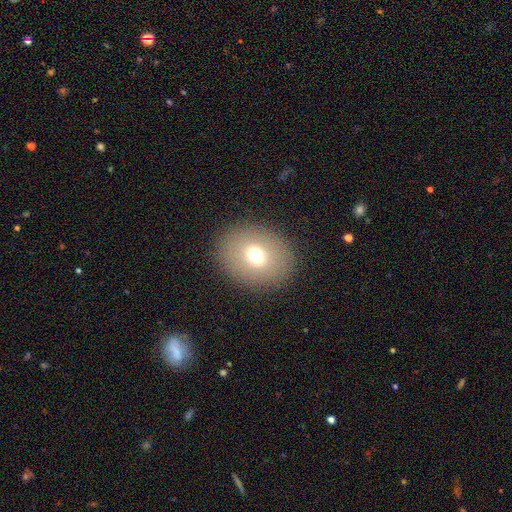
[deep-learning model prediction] Q: Smooth or featured?
A: smooth (67%); runner-up: featured or disk (19%)
Q: How rounded?
A: round (56%); runner-up: in between (43%)
Q: Merging?
A: none (88%); runner-up: minor disturbance (7%)